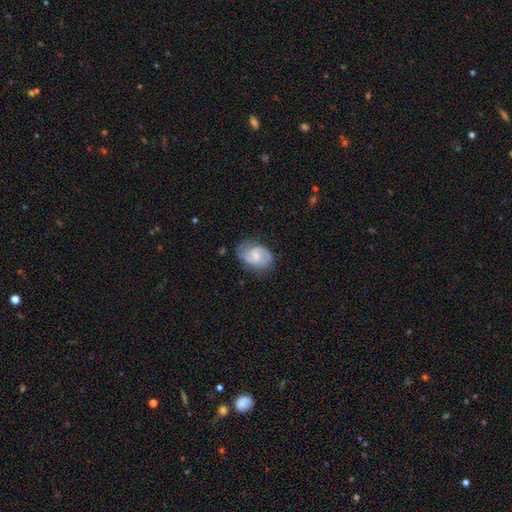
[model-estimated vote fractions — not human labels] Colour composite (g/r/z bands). It shows a featured or disk galaxy (64%) with a weak bar (49%), 2 (81%) medium (50%) spiral arms (90%) and a small central bulge (53%). Merging: none (66%).